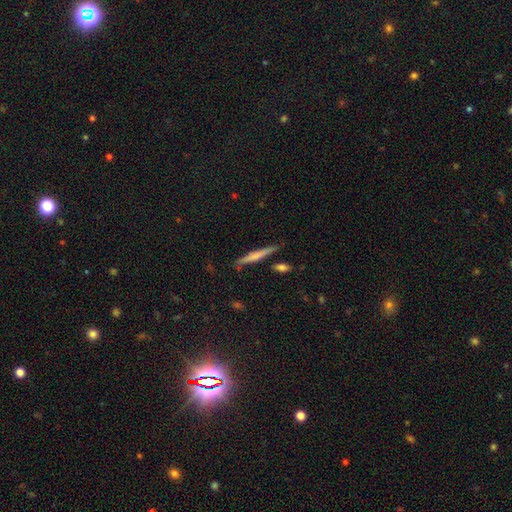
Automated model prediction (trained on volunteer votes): A smooth galaxy with no disk features (50%) that is cigar-shaped (94%). Merging: none (80%).